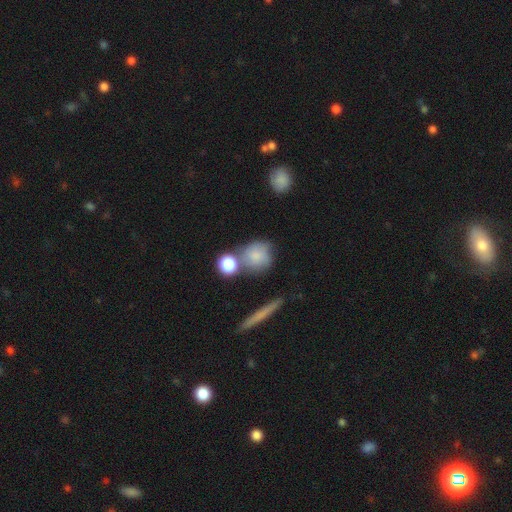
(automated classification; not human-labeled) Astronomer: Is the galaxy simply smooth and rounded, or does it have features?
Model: smooth — 73%.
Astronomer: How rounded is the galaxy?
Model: round — 79%.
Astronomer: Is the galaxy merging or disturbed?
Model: none — 48% (runner-up: merger, 26%).